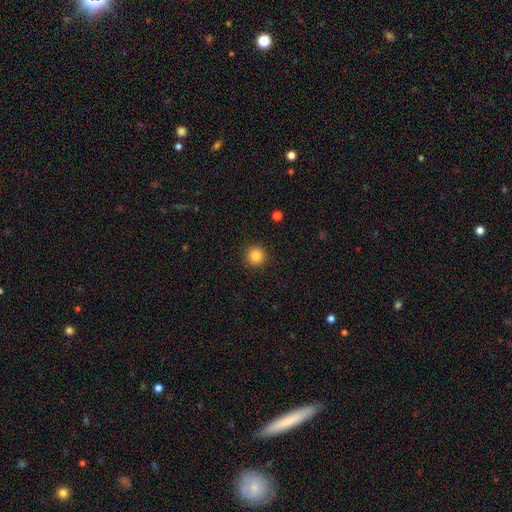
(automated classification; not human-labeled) A smooth galaxy with no disk features (84%) that is round (95%).

Vote fractions:
- Smooth or featured? smooth: 84% / star or artifact: 11% / featured or disk: 5%
- How rounded? round: 95% / in between: 4% / cigar-shaped: 1%
- Merging? none: 93% / minor disturbance: 5% / major disturbance: 2% / merger: 1%